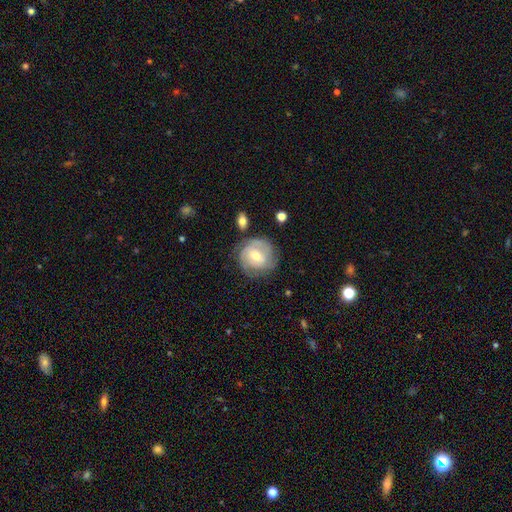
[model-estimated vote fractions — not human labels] The model was most divided on "spiral arm count": can't tell: 37%, 2: 35%, 3: 15%, 1: 5%, 4: 4%, more than 4: 3%. Remaining: edge-on disk — no (97%); spiral arms — yes (84%); merging — none (69%); smooth or featured — featured or disk (67%); spiral winding — tight (61%); bulge size — moderate (60%); bar — weak (46%).